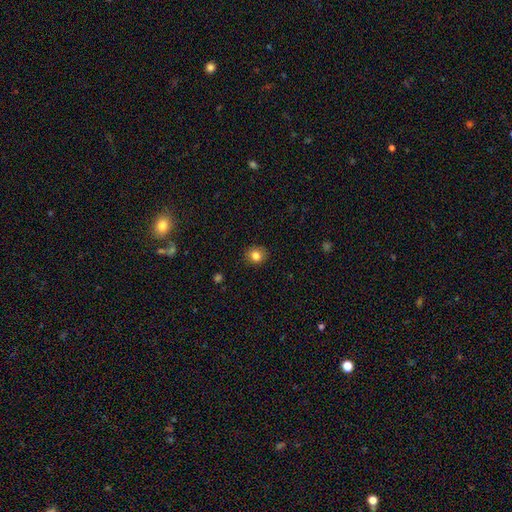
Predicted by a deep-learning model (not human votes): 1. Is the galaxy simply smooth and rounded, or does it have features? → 82% smooth, 11% star or artifact, 7% featured or disk.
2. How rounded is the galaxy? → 76% round, 23% in between, 1% cigar-shaped.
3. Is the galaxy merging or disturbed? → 88% none, 9% minor disturbance, 2% major disturbance, 1% merger.